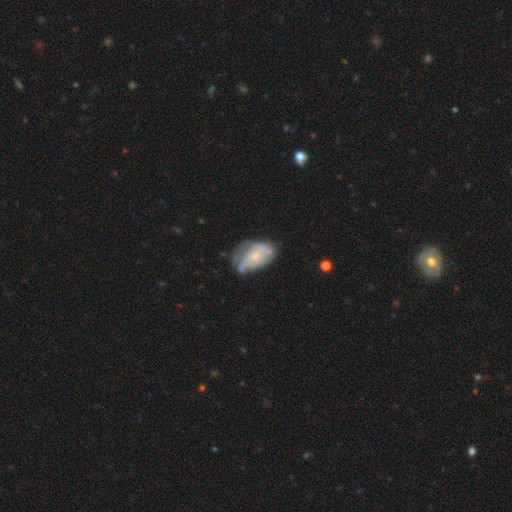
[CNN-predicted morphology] smooth-or-featured: featured or disk: 57% | smooth: 36% | star or artifact: 8%
  disk-edge-on: no: 96% | yes: 4%
    bar: no: 81% | weak: 16% | strong: 3%
    has-spiral-arms: yes: 60% | no: 40%
    bulge-size: small: 71% | moderate: 20% | none: 7% | large: 2% | dominant: 1%
  merging: none: 37% | minor disturbance: 34% | major disturbance: 25% | merger: 5%